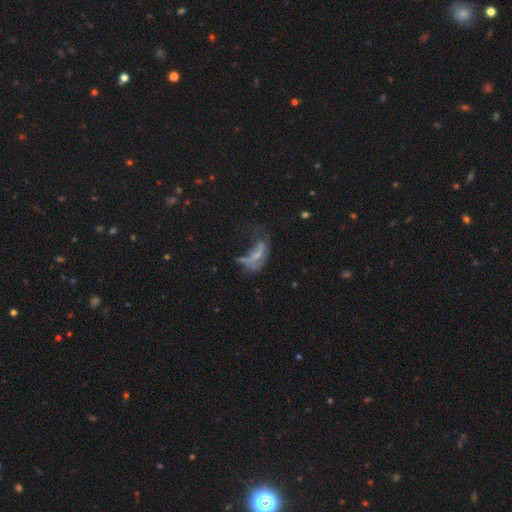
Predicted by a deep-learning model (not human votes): The model was most divided on "smooth or featured": featured or disk: 49%, smooth: 37%, star or artifact: 13%. Remaining: merging — major disturbance (48%).